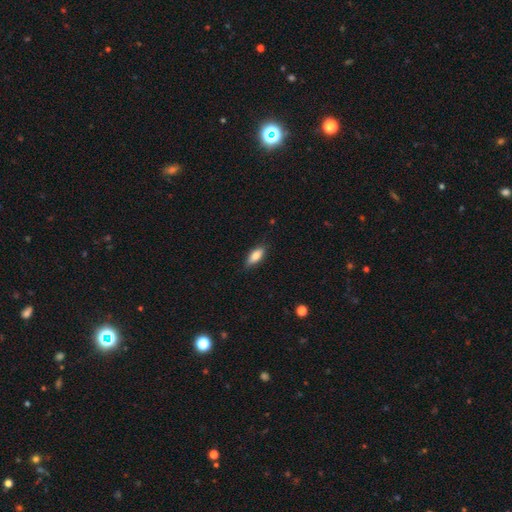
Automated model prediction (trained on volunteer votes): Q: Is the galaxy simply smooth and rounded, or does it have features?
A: smooth — 79%.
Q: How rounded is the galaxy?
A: in between — 76%.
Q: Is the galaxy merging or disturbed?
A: none — 81%.